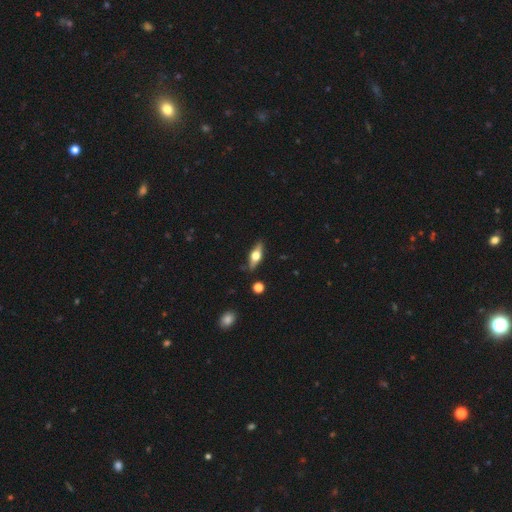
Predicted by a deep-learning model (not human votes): A featured or disk galaxy (56%) viewed edge-on (91%) with a rounded central bulge (95%). Merging: none (84%).